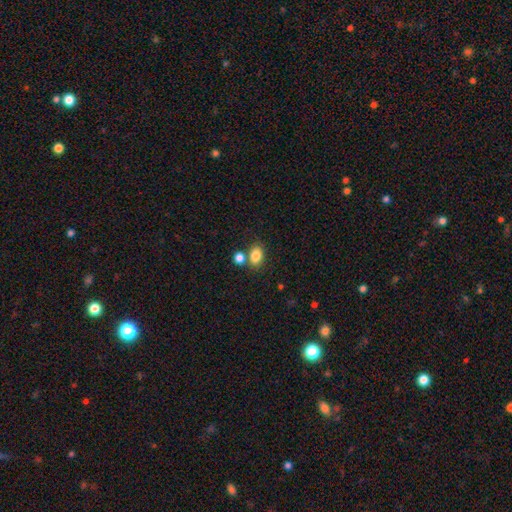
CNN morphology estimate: Overall: smooth (83%). How rounded: in between (73%). Merging: none (62%; merger 23%).